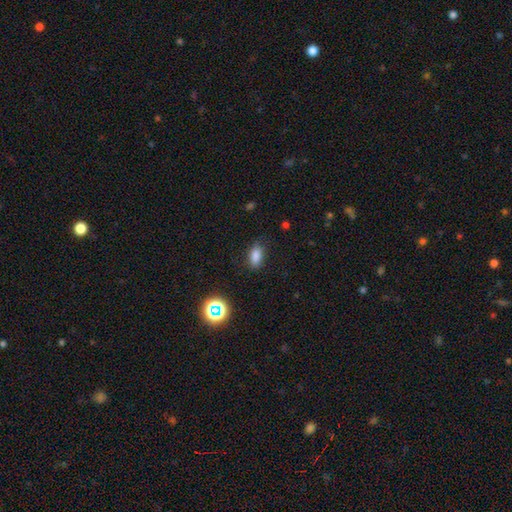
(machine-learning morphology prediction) Smooth or featured? smooth (81%)
How rounded? in between (86%)
Merging? none (80%)